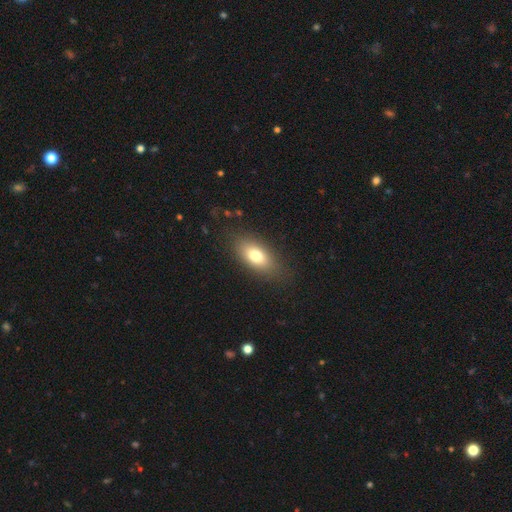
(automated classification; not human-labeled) Overall: smooth (75%). How rounded: in between (87%). Merging: none (83%).